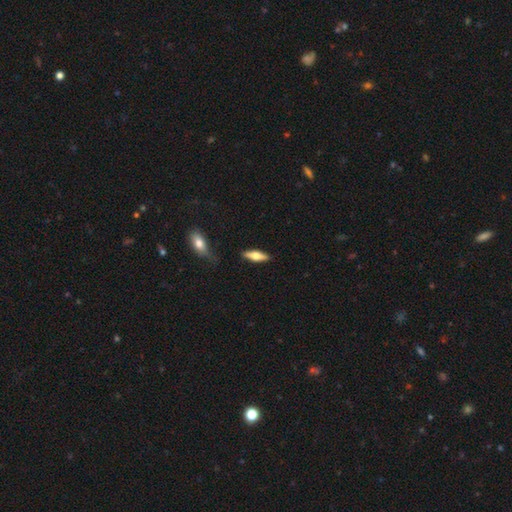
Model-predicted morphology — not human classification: smooth_or_featured: smooth (p=0.49) [alt: featured or disk p=0.46]
merging: none (p=0.84) [alt: minor disturbance p=0.11]